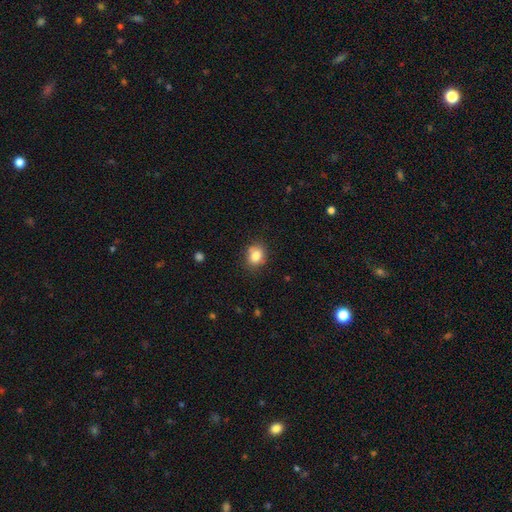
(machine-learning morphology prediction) This is clearly a smooth galaxy (82%). How rounded: possibly round (56%). Merging: likely none (74%).